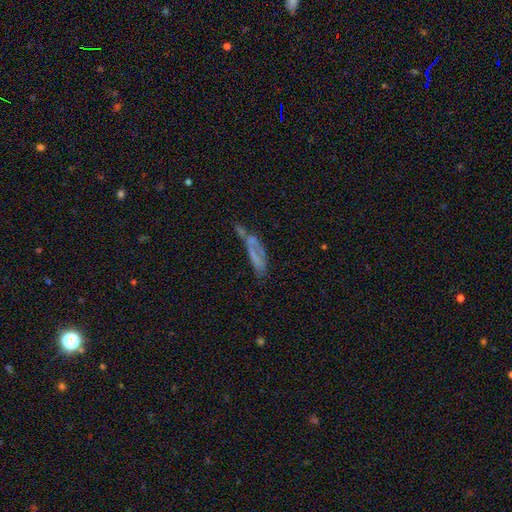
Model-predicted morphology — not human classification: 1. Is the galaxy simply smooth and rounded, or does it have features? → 45% smooth, 40% featured or disk, 14% star or artifact.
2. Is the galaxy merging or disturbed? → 31% none, 27% merger, 22% major disturbance, 20% minor disturbance.